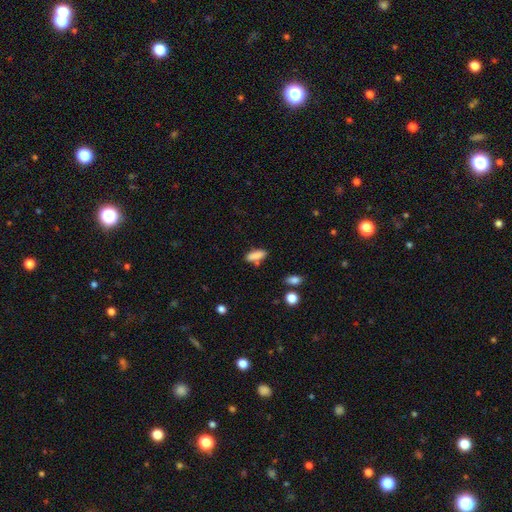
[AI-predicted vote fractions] Morphology: type=smooth (85%); roundness=in between (65%); merging=none (74%).